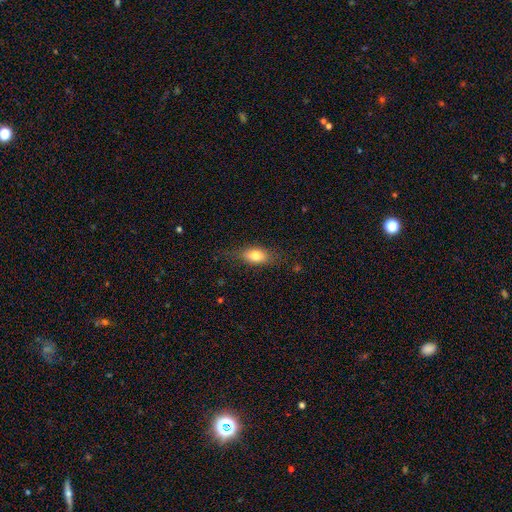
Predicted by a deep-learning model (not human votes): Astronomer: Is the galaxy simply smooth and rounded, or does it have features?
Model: smooth — 76%.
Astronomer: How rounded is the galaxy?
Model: in between — 79%.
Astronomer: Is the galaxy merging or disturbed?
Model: none — 75%.